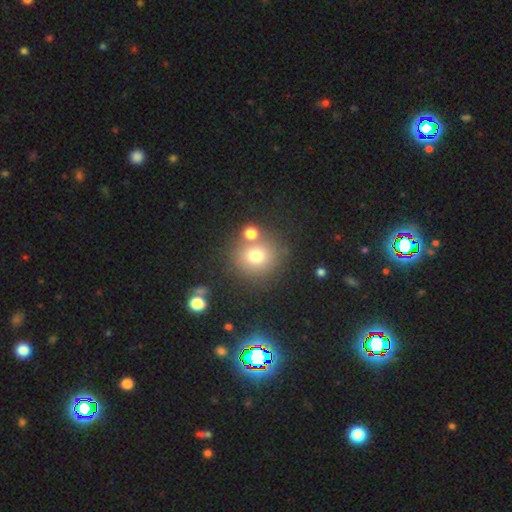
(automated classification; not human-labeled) Q: Smooth or featured?
A: smooth (73%); runner-up: star or artifact (15%)
Q: How rounded?
A: round (87%); runner-up: in between (12%)
Q: Merging?
A: none (66%); runner-up: merger (20%)